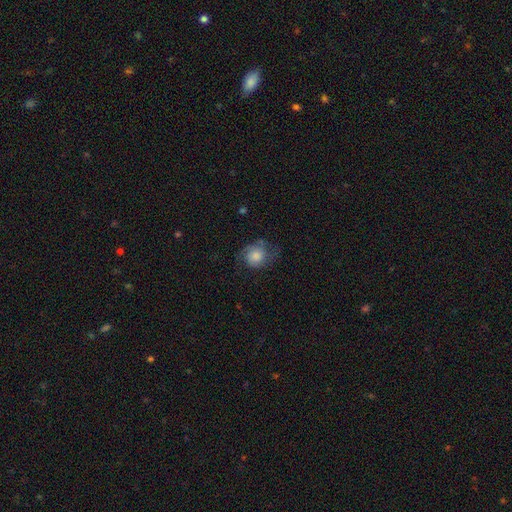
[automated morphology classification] smooth 57%, featured or disk 34%, star or artifact 9%. Down the decision tree: how rounded — round (71%); merging — none (56%).